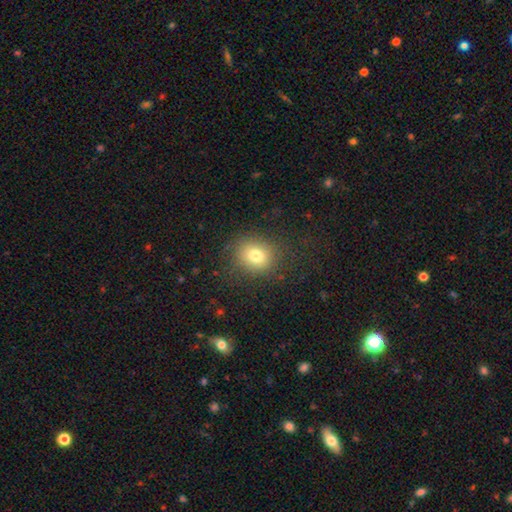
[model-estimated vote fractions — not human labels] smooth_or_featured: smooth (p=0.76) [alt: star or artifact p=0.13]
how_rounded: round (p=0.73) [alt: in between p=0.26]
merging: none (p=0.82) [alt: minor disturbance p=0.11]